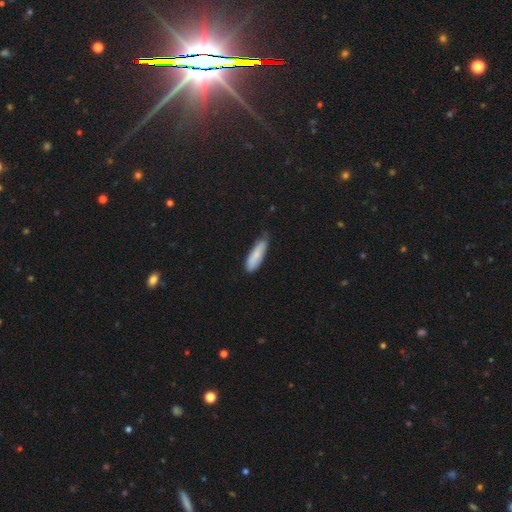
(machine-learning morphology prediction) The model was most divided on "how rounded": cigar-shaped: 55%, in between: 43%, round: 2%. More confident: smooth or featured — smooth (79%); merging — none (62%).